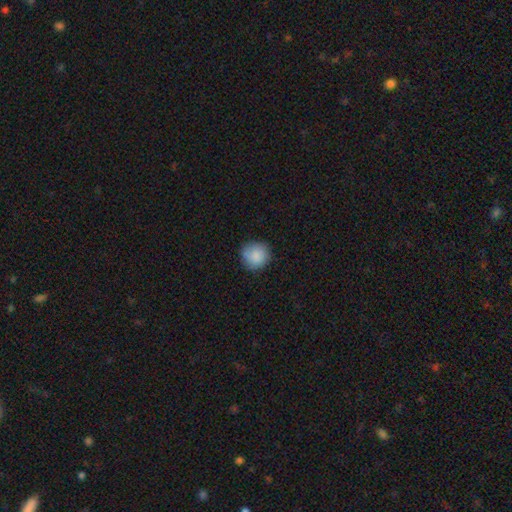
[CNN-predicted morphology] A smooth galaxy with no disk features (86%) that is round (92%).

Vote fractions:
- Smooth or featured? smooth: 86% / star or artifact: 7% / featured or disk: 7%
- How rounded? round: 92% / in between: 7% / cigar-shaped: 1%
- Merging? none: 81% / minor disturbance: 15% / major disturbance: 3% / merger: 1%